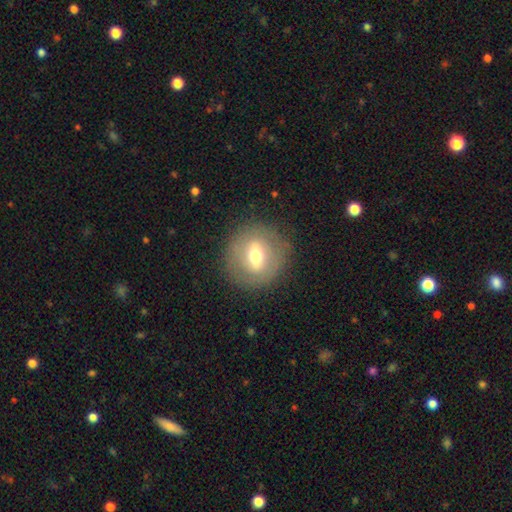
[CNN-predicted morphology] Overall: featured or disk (48%; smooth 44%). Merging: none (84%).